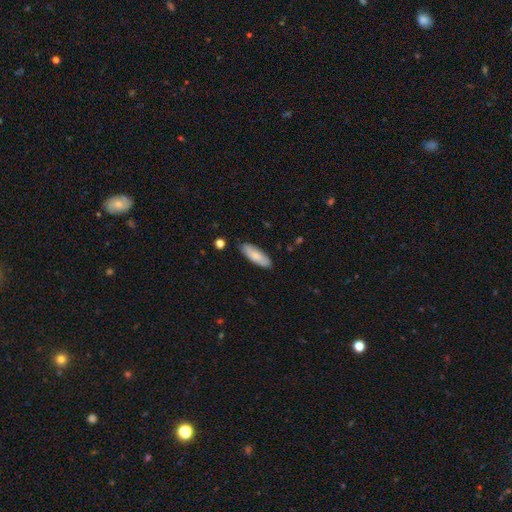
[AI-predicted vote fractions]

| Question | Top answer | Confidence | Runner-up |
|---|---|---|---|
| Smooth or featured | smooth | 80% | featured or disk (15%) |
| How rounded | in between | 62% | cigar-shaped (36%) |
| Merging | none | 86% | minor disturbance (11%) |